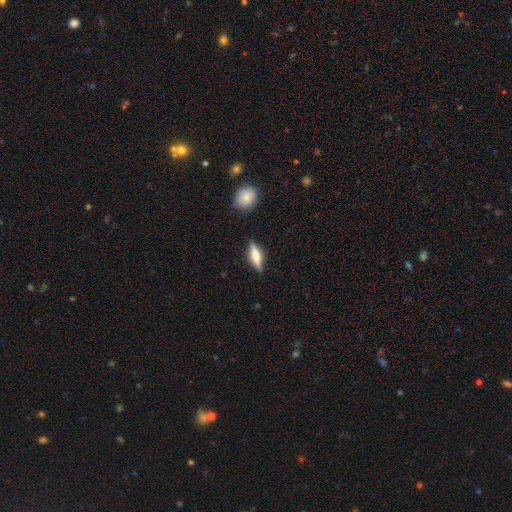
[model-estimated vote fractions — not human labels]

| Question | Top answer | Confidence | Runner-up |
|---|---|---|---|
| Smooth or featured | featured or disk | 54% | smooth (38%) |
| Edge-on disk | yes | 94% | no (6%) |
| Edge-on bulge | rounded | 83% | boxy (13%) |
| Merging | none | 83% | minor disturbance (12%) |